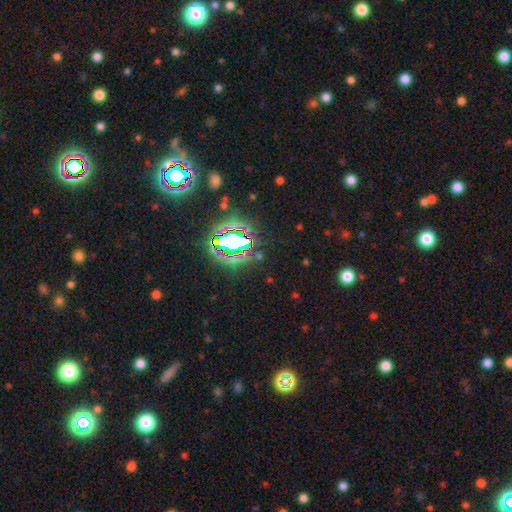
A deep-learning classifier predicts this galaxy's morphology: A star or artifact, not a galaxy (75%).

Vote fractions:
- Smooth or featured? star or artifact: 75% / smooth: 16% / featured or disk: 9%